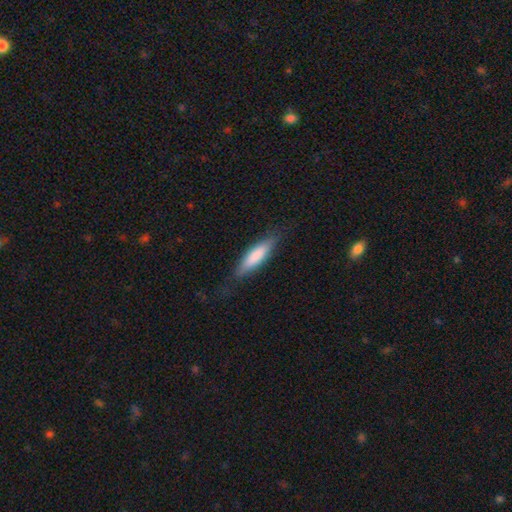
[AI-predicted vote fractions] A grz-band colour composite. It shows a smooth galaxy with no disk features (73%) that is cigar-shaped (71%). Merging: none (79%).